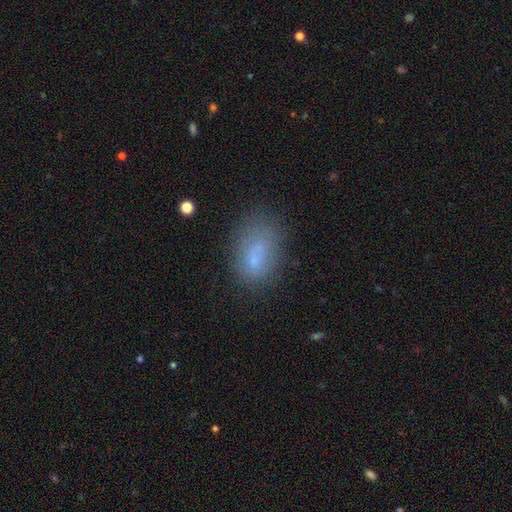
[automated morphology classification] Smooth or featured? smooth (66%)
How rounded? in between (85%)
Merging? none (53%)